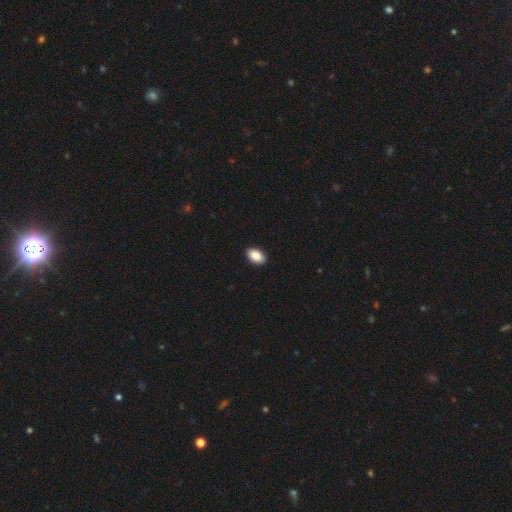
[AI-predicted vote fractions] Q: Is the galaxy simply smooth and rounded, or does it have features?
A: smooth — 88%.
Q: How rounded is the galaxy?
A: in between — 92%.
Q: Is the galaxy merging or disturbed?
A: none — 92%.